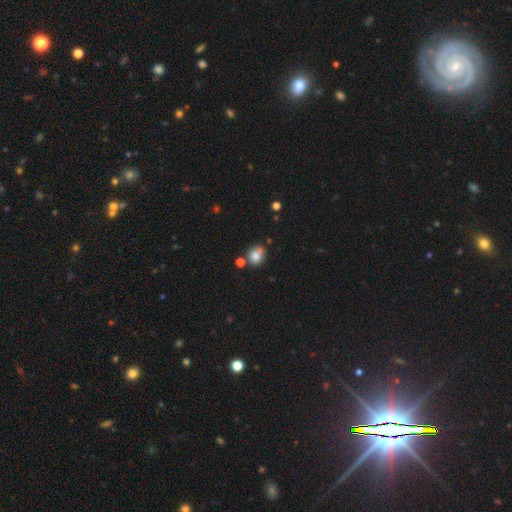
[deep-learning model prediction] A smooth galaxy with no disk features (81%) that is round (69%). Merging: none (64%).